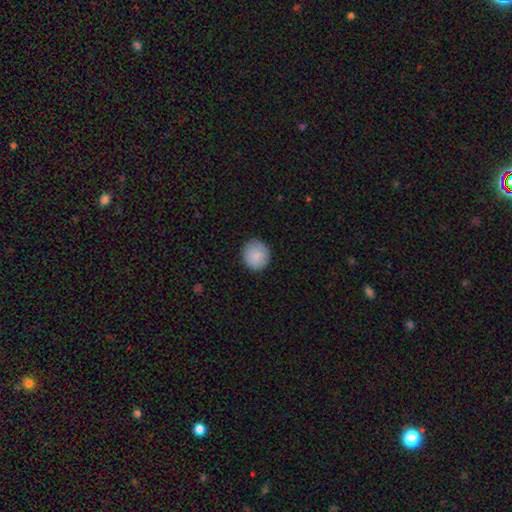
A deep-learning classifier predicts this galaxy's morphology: A smooth galaxy with no disk features (88%) that is round (91%). Merging: none (88%).